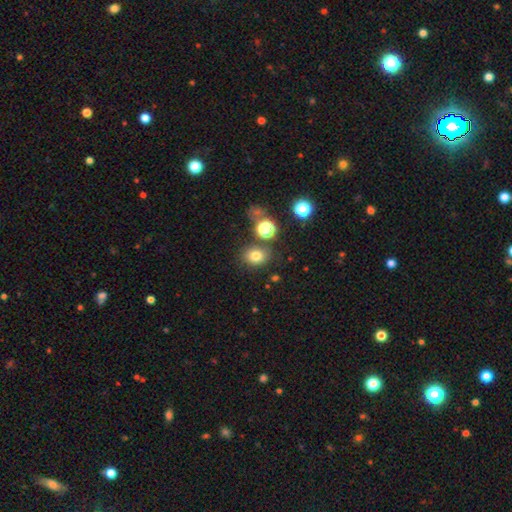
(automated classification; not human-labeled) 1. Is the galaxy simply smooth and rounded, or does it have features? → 74% smooth, 17% star or artifact, 9% featured or disk.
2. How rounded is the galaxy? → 60% round, 39% in between, 1% cigar-shaped.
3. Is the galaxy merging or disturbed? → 76% none, 11% minor disturbance, 9% merger, 4% major disturbance.